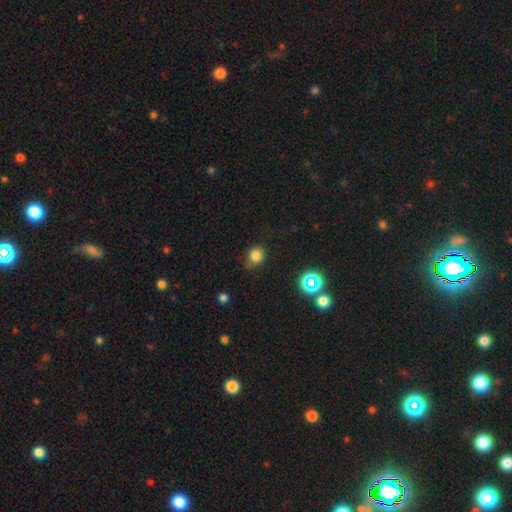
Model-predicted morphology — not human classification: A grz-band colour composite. It shows a smooth galaxy with no disk features (80%) that is round (74%). Merging: none (71%).